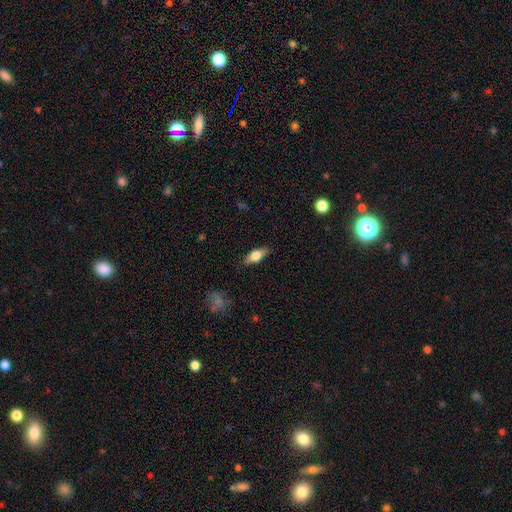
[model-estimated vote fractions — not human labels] Smooth or featured: smooth — 55% (featured or disk — 38%)
How rounded: in between — 68% (cigar-shaped — 27%)
Merging: none — 82% (minor disturbance — 13%)